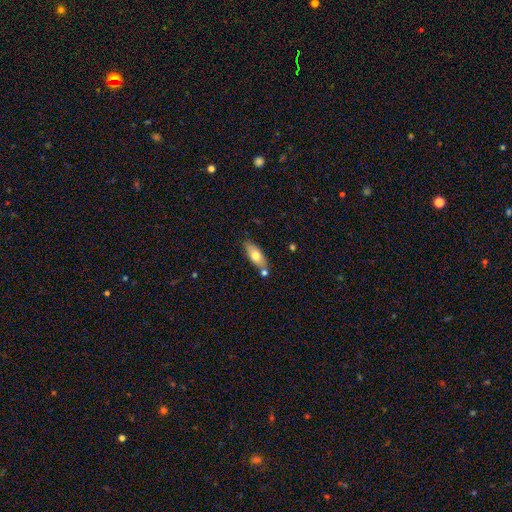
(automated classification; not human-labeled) Overall: smooth (68%). How rounded: in between (76%). Merging: none (70%).